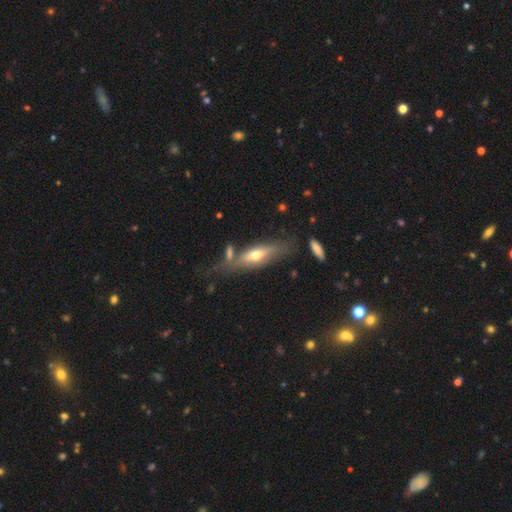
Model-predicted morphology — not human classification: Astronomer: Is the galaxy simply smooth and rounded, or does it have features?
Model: featured or disk — 50% (runner-up: smooth, 43%).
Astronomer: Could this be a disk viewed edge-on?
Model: yes — 76%.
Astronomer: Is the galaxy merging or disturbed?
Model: none — 56%.